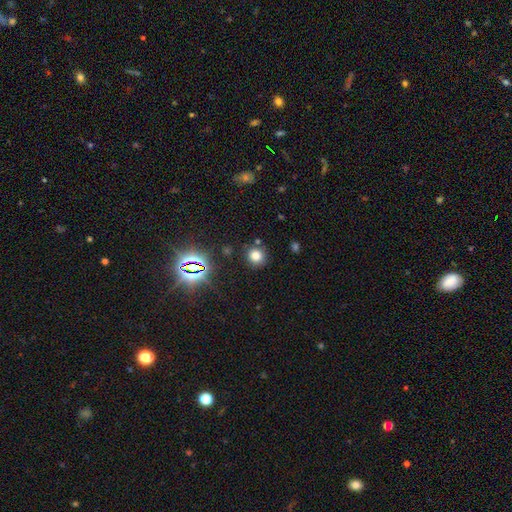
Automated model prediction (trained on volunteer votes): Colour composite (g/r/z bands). It shows a smooth galaxy with no disk features (73%) that is round (89%). Merging: none (83%).